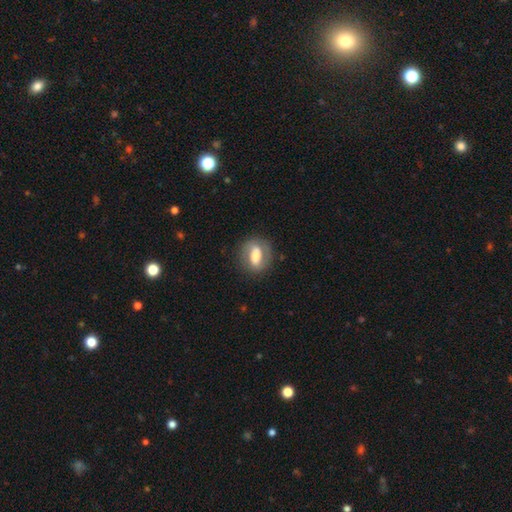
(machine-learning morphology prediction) type=featured or disk (48%); merging=none (77%).